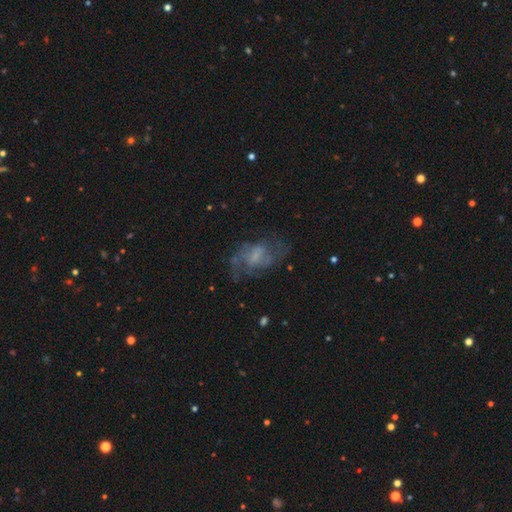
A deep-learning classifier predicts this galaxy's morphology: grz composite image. It shows a featured or disk galaxy (64%) with no bar (49%), spiral arms (72%) and no central bulge (39%). Merging: none (56%).